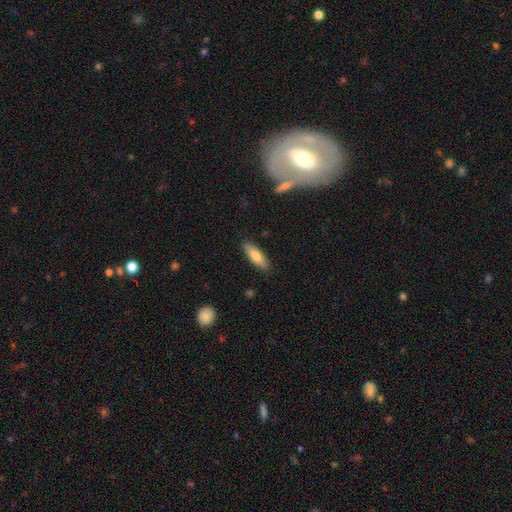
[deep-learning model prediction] Smooth or featured? Predicted: smooth (p=0.74). How rounded? Predicted: cigar-shaped (p=0.53). Merging? Predicted: none (p=0.87).